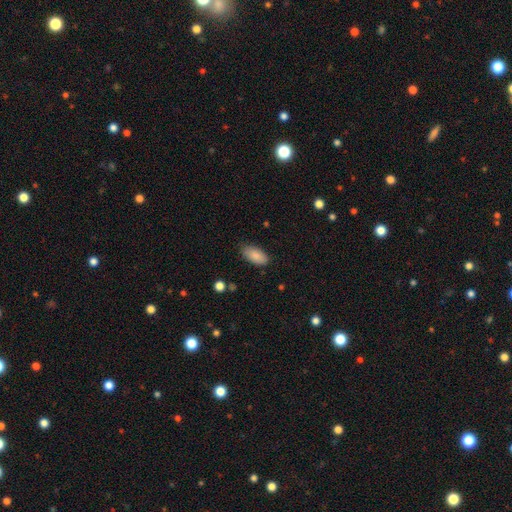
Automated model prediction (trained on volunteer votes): The model was most divided on "merging": none: 78%, minor disturbance: 17%, major disturbance: 3%, merger: 1%. More confident: how rounded — in between (92%); smooth or featured — smooth (88%).